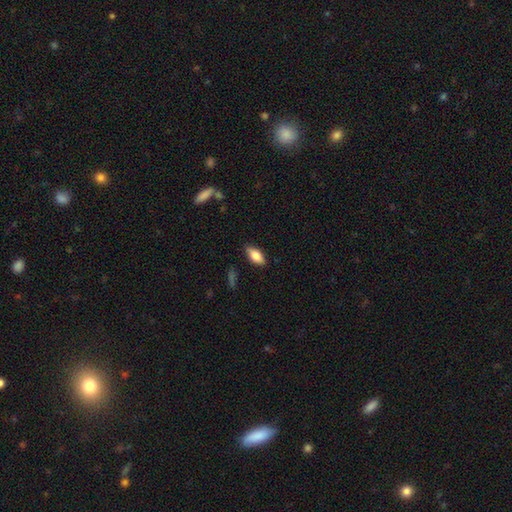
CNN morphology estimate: The model was most divided on "smooth or featured": smooth: 78%, featured or disk: 15%, star or artifact: 7%. More confident: how rounded — in between (86%); merging — none (83%).